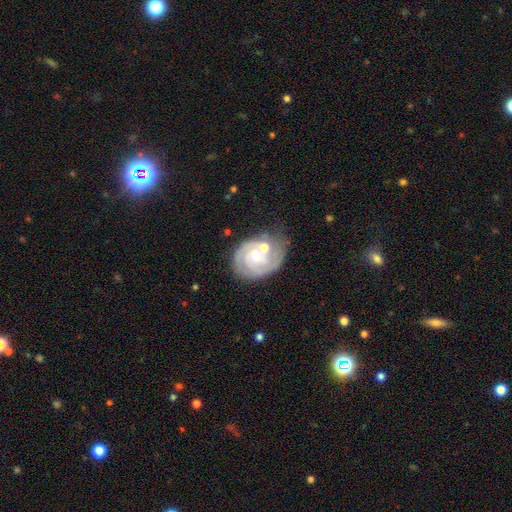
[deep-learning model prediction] Smooth or featured? Predicted: featured or disk (p=0.75). Edge-on disk? Predicted: no (p=0.97). Bar? Predicted: no (p=0.61). Spiral arms? Predicted: yes (p=0.88). Spiral winding? Predicted: tight (p=0.63). Spiral arm count? Predicted: 2 (p=0.44). Bulge size? Predicted: small (p=0.53). Merging? Predicted: none (p=0.48).